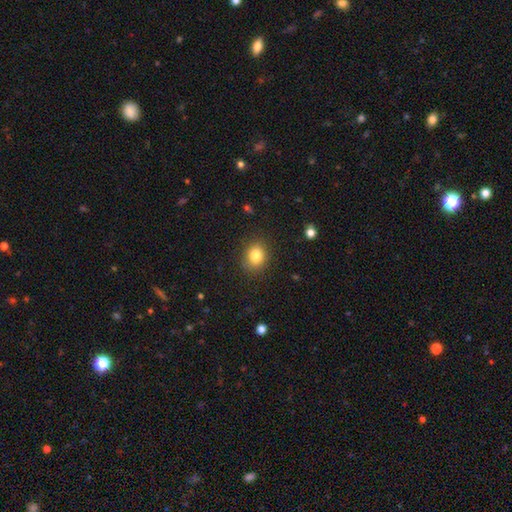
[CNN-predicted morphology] Q: Smooth or featured?
A: smooth (83%); runner-up: star or artifact (10%)
Q: How rounded?
A: round (62%); runner-up: in between (37%)
Q: Merging?
A: none (86%); runner-up: minor disturbance (10%)